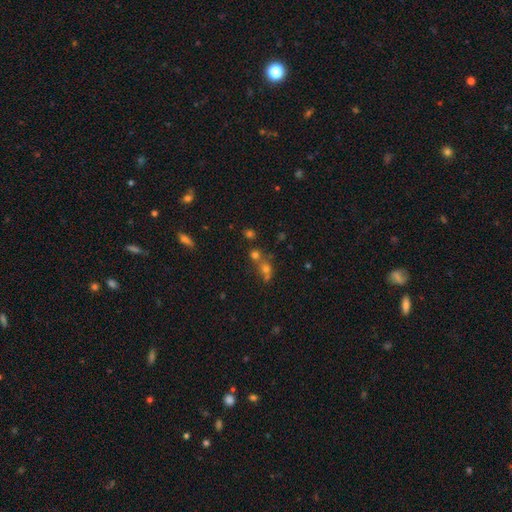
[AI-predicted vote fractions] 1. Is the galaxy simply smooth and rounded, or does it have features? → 50% smooth, 33% star or artifact, 17% featured or disk.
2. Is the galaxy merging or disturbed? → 43% merger, 42% none, 9% minor disturbance, 6% major disturbance.